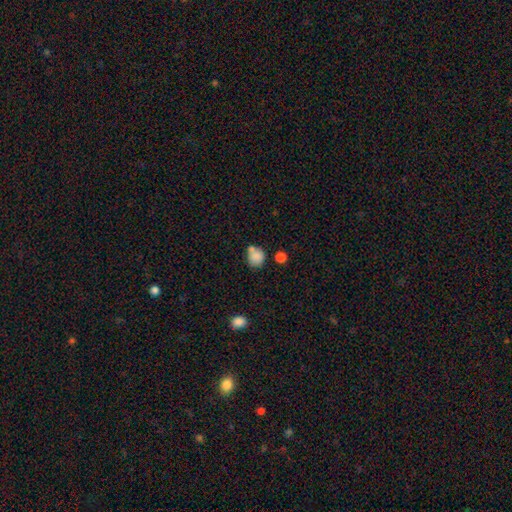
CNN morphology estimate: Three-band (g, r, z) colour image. It shows a smooth galaxy with no disk features (82%) that is round (75%). Merging: none (52%).